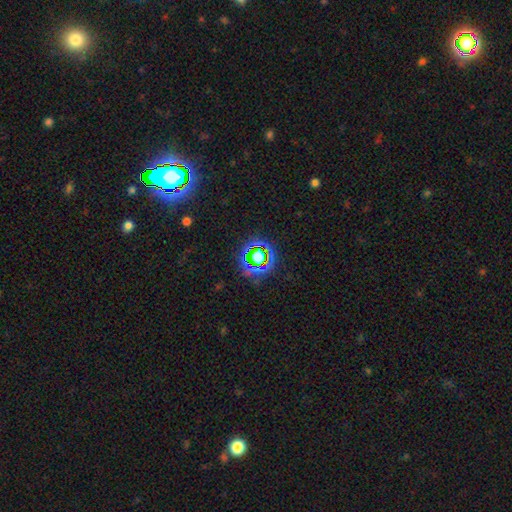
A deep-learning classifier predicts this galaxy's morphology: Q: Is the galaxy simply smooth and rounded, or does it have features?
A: star or artifact — 68%.